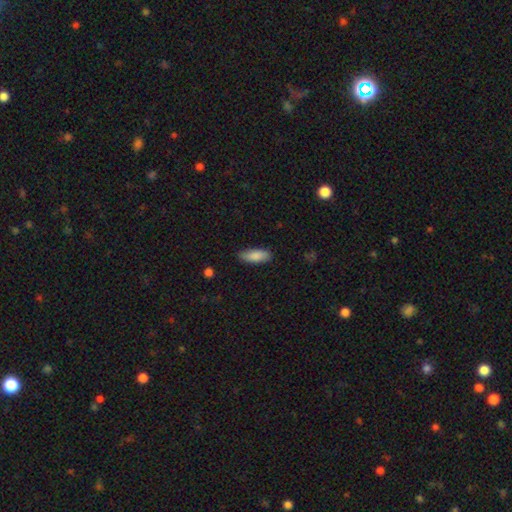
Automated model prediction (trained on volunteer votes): This is clearly a smooth galaxy (87%). How rounded: likely in between (72%). Merging: clearly none (86%).